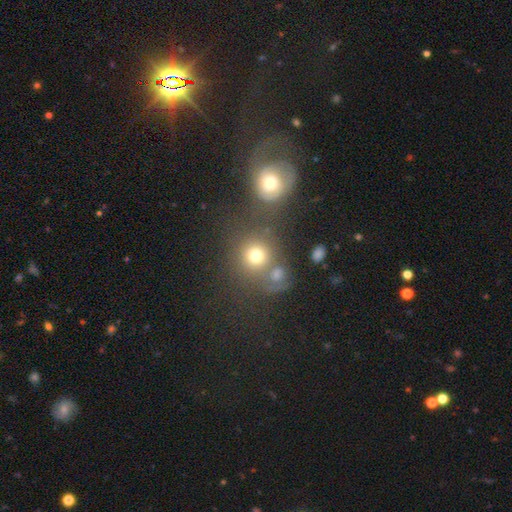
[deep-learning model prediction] smooth_or_featured: smooth (p=0.73) [alt: star or artifact p=0.16]
how_rounded: round (p=0.87) [alt: in between p=0.12]
merging: none (p=0.61) [alt: merger p=0.21]